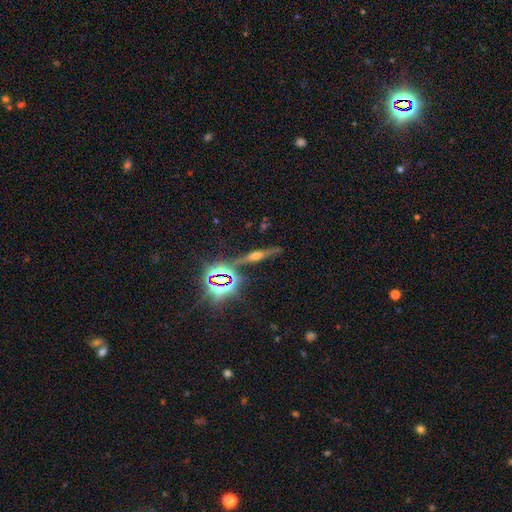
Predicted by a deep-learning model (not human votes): Smooth or featured: featured or disk — 52% (star or artifact — 26%)
Edge-on disk: yes — 91% (no — 9%)
Merging: none — 80% (minor disturbance — 12%)